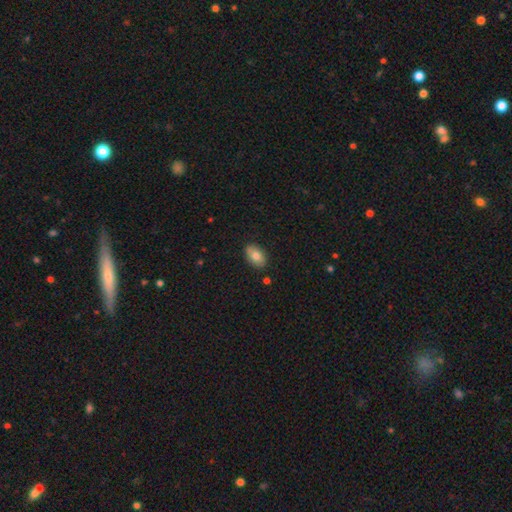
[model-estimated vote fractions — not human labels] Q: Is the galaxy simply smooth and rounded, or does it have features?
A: smooth — 79%.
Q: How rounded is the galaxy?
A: in between — 91%.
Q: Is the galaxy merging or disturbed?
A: none — 81%.